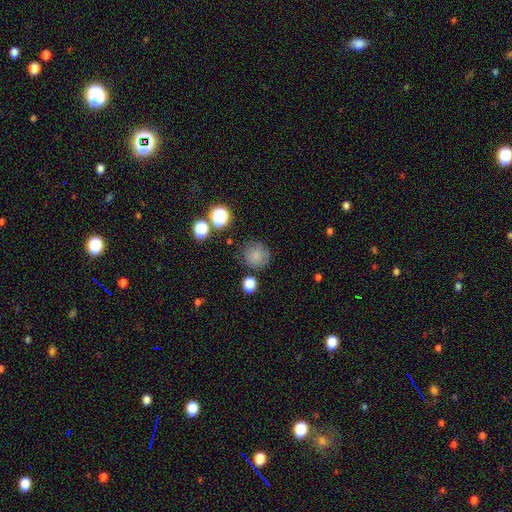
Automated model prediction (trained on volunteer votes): smooth-or-featured: smooth: 78% | star or artifact: 14% | featured or disk: 8%
  how-rounded: round: 90% | in between: 9% | cigar-shaped: 1%
  merging: none: 77% | minor disturbance: 14% | major disturbance: 5% | merger: 4%